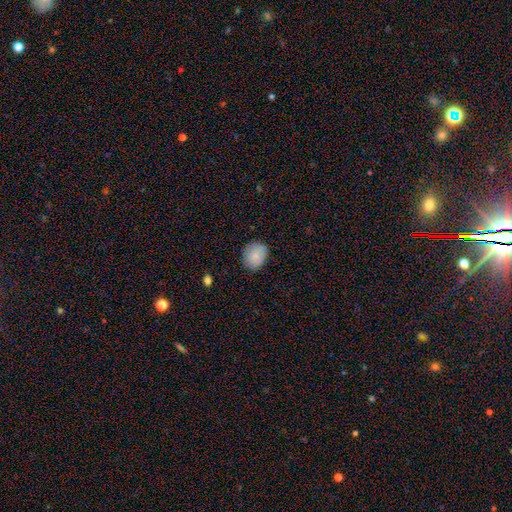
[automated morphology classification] A smooth galaxy with no disk features (84%) that is round (56%).

Vote fractions:
- Smooth or featured? smooth: 84% / featured or disk: 9% / star or artifact: 8%
- How rounded? round: 56% / in between: 43% / cigar-shaped: 1%
- Merging? none: 81% / minor disturbance: 15% / major disturbance: 3% / merger: 1%